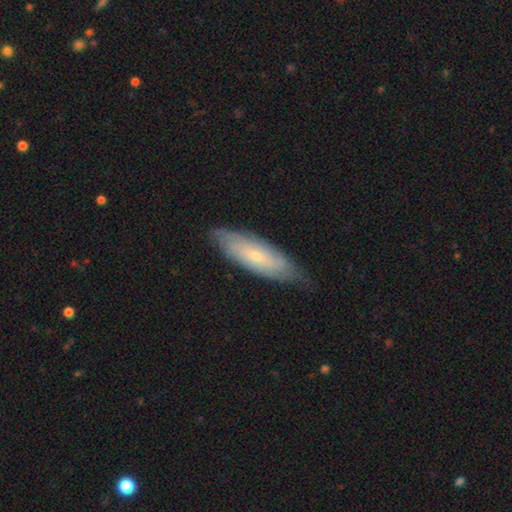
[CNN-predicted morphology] A featured or disk galaxy (58%). Merging: none (76%).